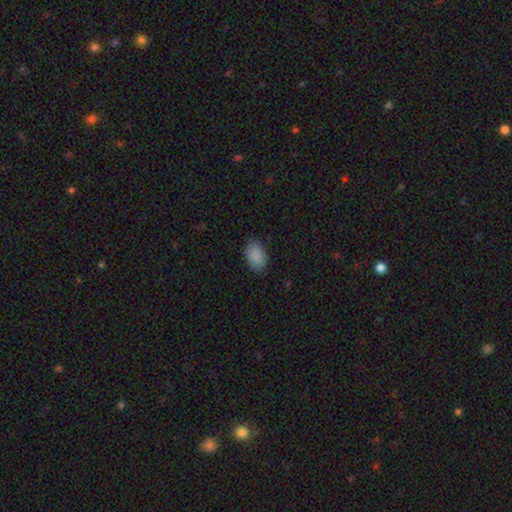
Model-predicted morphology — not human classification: The model was most divided on "merging": none: 82%, minor disturbance: 14%, major disturbance: 3%, merger: 1%. More confident: smooth or featured — smooth (89%); how rounded — in between (89%).